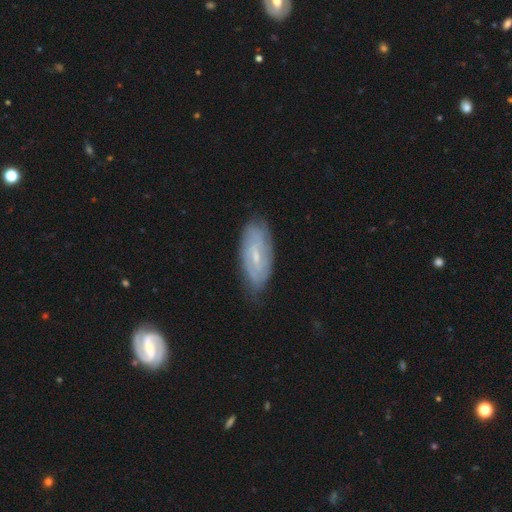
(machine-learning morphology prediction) This appears to be a featured or disk galaxy (66%) with a weak bar (52%), spiral arms (78%) and a small central bulge (69%). Merging: none (72%).